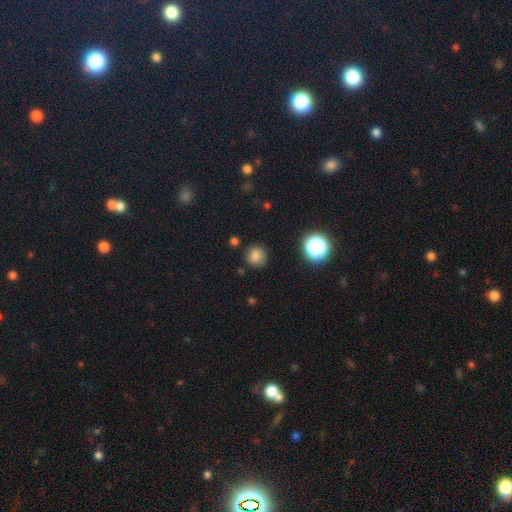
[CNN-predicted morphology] The model was most divided on "smooth or featured": smooth: 77%, star or artifact: 15%, featured or disk: 8%. More confident: how rounded — round (87%); merging — none (80%).